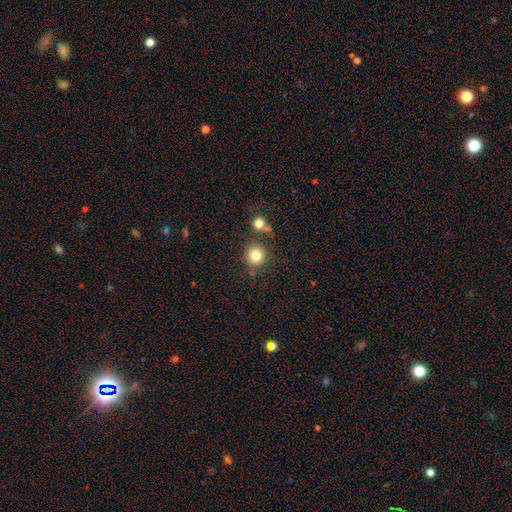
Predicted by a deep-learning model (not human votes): Smooth or featured: smooth — 81% (star or artifact — 11%)
How rounded: round — 93% (in between — 6%)
Merging: none — 76% (merger — 11%)